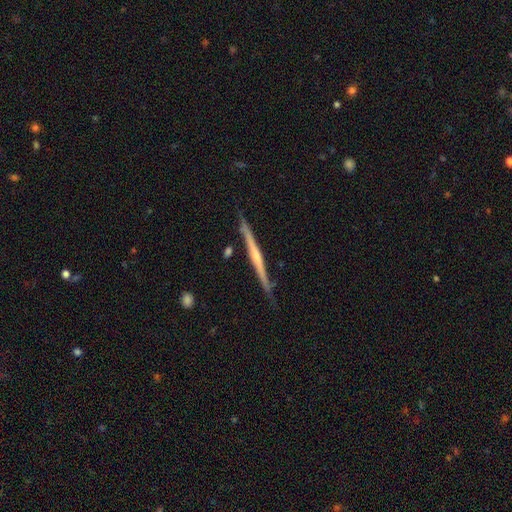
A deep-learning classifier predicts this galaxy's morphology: The model was most divided on "edge-on bulge": rounded: 62%, none: 30%, boxy: 8%. More confident: edge-on disk — yes (98%); merging — none (89%); smooth or featured — featured or disk (76%).